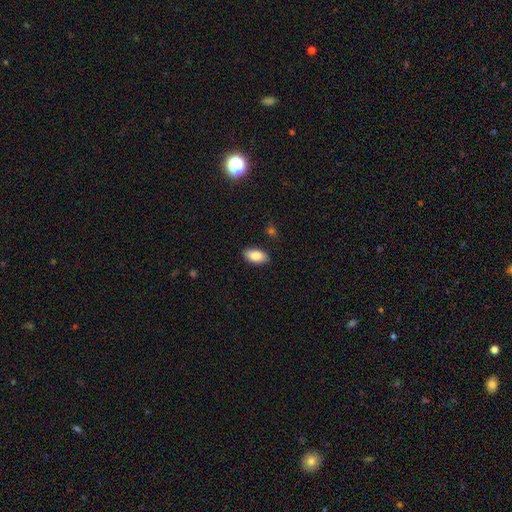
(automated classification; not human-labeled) A smooth galaxy with no disk features (87%) that is in between round and cigar-shaped (93%).

Vote fractions:
- Smooth or featured? smooth: 87% / star or artifact: 7% / featured or disk: 6%
- How rounded? in between: 93% / cigar-shaped: 4% / round: 3%
- Merging? none: 86% / minor disturbance: 10% / major disturbance: 2% / merger: 1%